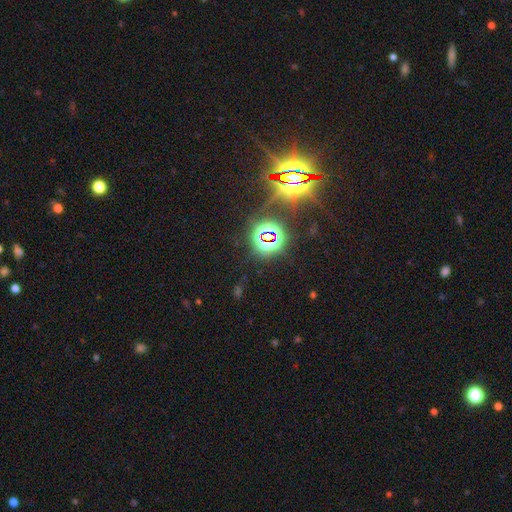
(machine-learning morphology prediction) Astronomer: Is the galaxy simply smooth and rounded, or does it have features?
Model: star or artifact — 82%.